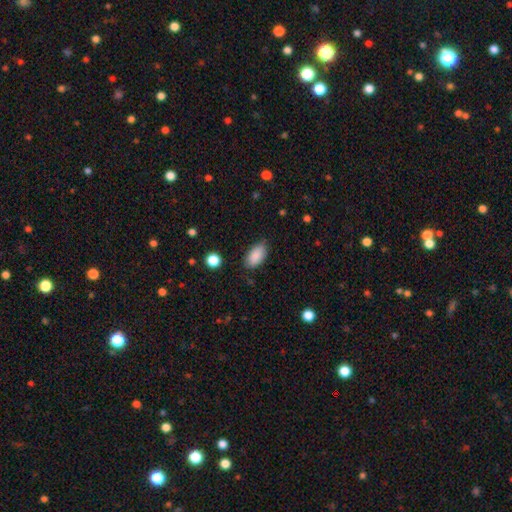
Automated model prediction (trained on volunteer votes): Q: Smooth or featured?
A: smooth (88%); runner-up: star or artifact (7%)
Q: How rounded?
A: in between (93%); runner-up: round (4%)
Q: Merging?
A: none (81%); runner-up: minor disturbance (15%)